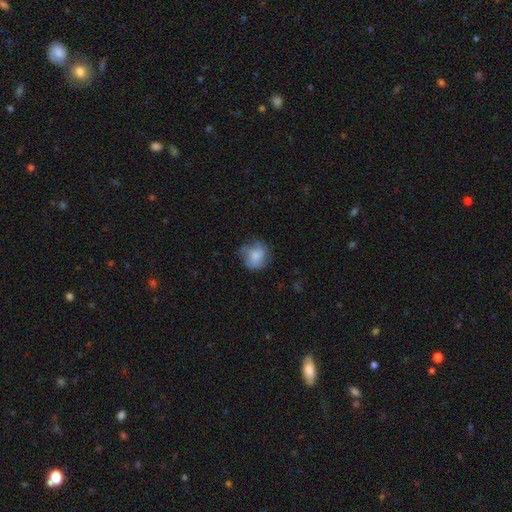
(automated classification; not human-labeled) Smooth or featured? Predicted: smooth (p=0.68). How rounded? Predicted: round (p=0.79). Merging? Predicted: none (p=0.61).